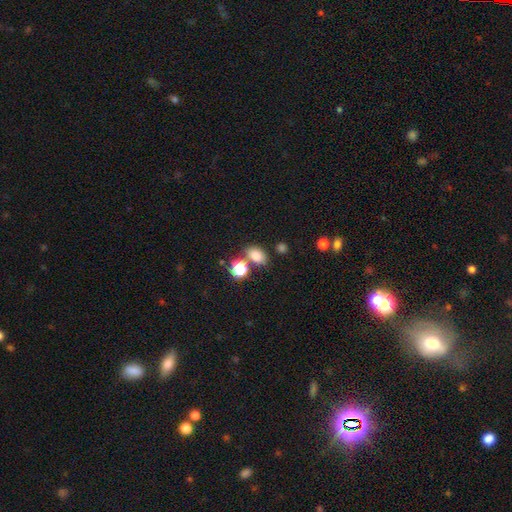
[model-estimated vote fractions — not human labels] smooth-or-featured: smooth: 79% | star or artifact: 15% | featured or disk: 6%
  how-rounded: in between: 74% | round: 25% | cigar-shaped: 1%
  merging: none: 65% | merger: 17% | minor disturbance: 13% | major disturbance: 4%